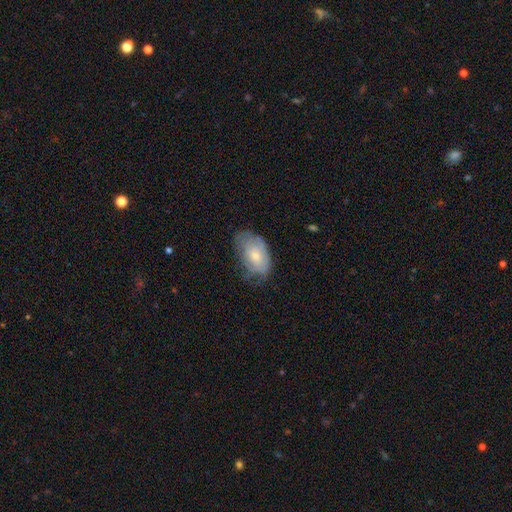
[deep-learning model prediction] This appears to be a smooth galaxy with no disk features (60%) that is in between round and cigar-shaped (91%). Merging: none (48%).